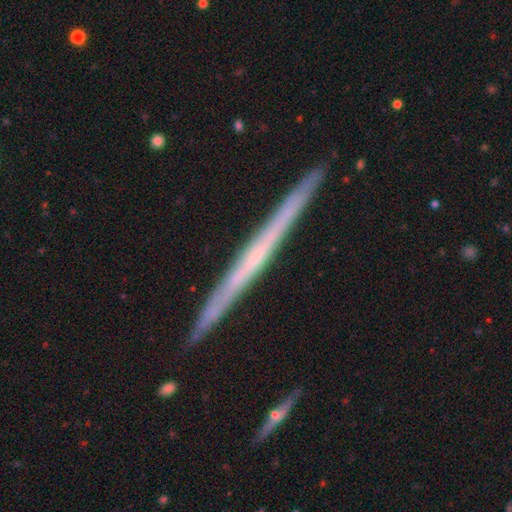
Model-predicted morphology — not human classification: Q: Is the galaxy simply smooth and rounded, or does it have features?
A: featured or disk — 71%.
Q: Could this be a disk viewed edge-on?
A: yes — 97%.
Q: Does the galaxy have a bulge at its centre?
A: none — 79%.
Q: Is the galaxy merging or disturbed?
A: none — 91%.